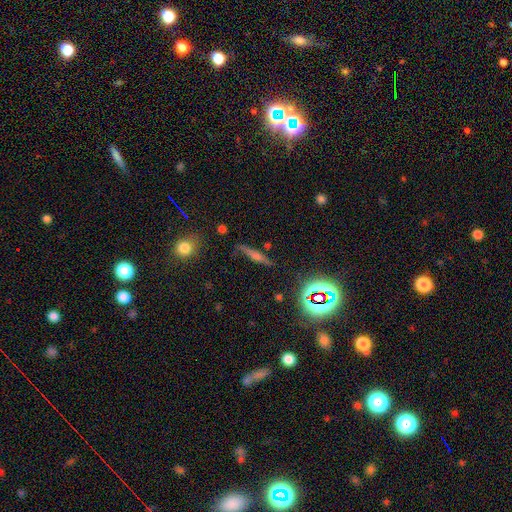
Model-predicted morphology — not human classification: smooth-or-featured: featured or disk: 43% | smooth: 33% | star or artifact: 24%
  merging: none: 83% | minor disturbance: 11% | major disturbance: 3% | merger: 3%